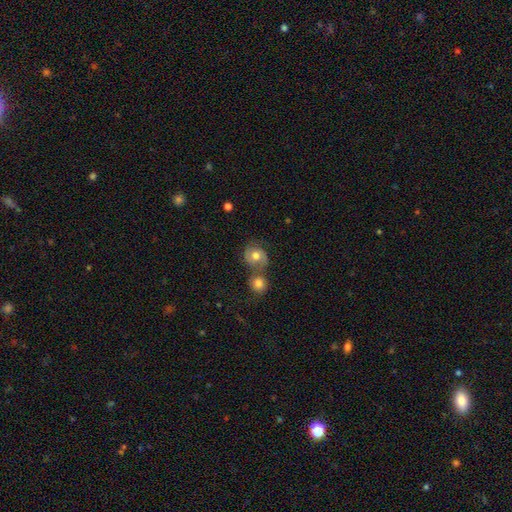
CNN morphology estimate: Overall: featured or disk (60%; smooth 31%). Edge-on disk: no (98%). Bar: no (73%). Spiral arms: yes (89%). Spiral arm count: 2 (88%). Spiral winding: medium (51%; tight 34%). Bulge size: moderate (71%). Merging: none (49%; merger 31%).